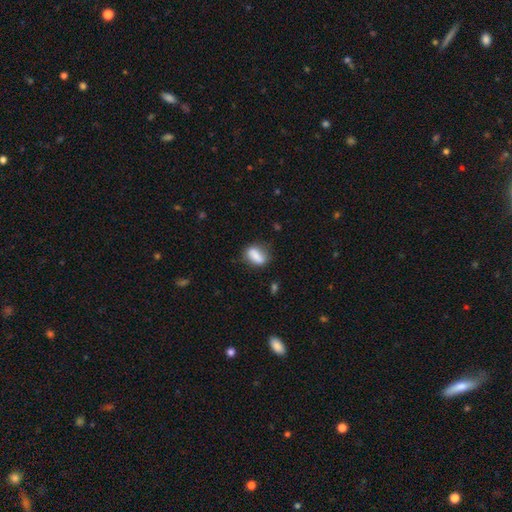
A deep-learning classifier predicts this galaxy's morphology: A smooth galaxy with no disk features (77%) that is in between round and cigar-shaped (76%). Merging: none (62%).